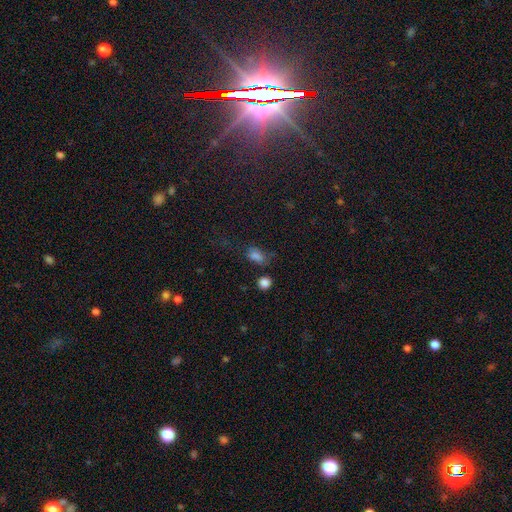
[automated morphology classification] Smooth or featured? Predicted: smooth (p=0.72). How rounded? Predicted: in between (p=0.77). Merging? Predicted: none (p=0.49).